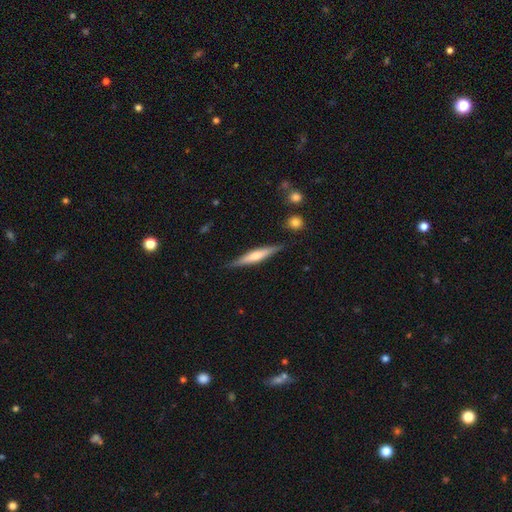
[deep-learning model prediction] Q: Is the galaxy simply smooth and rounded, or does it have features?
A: featured or disk — 57%.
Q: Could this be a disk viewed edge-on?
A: yes — 96%.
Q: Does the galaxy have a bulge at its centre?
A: rounded — 71%.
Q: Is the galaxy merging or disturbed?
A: none — 86%.